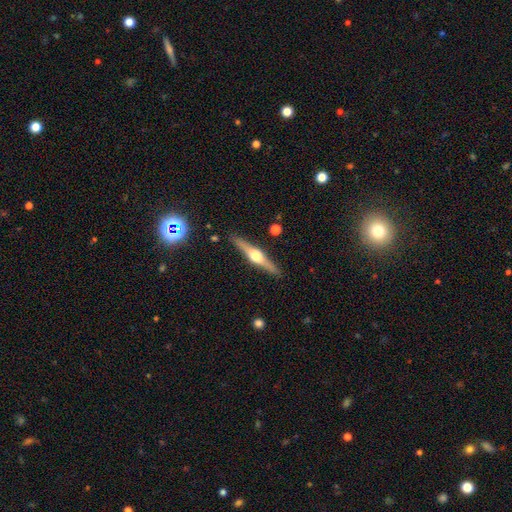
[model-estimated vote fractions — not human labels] Smooth or featured? Predicted: featured or disk (p=0.75). Edge-on disk? Predicted: yes (p=0.98). Edge-on bulge? Predicted: rounded (p=0.95). Merging? Predicted: none (p=0.90).